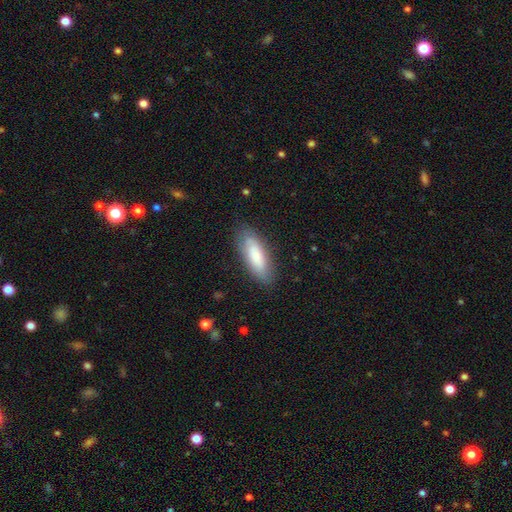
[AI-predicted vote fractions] Morphology: type=smooth (75%); roundness=in between (61%); merging=none (80%).